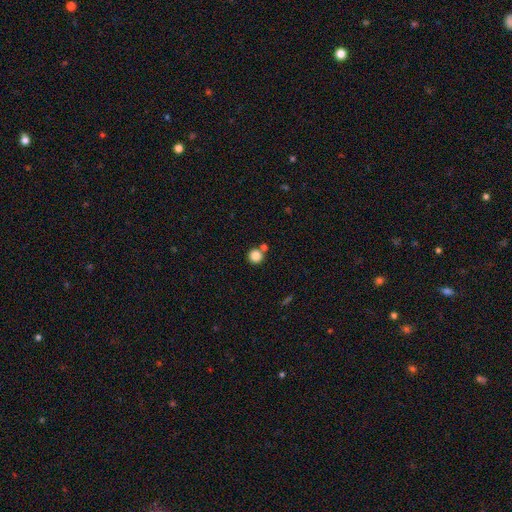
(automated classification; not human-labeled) smooth-or-featured: smooth: 85% | star or artifact: 11% | featured or disk: 5%
  how-rounded: round: 94% | in between: 5% | cigar-shaped: 1%
  merging: none: 72% | merger: 17% | minor disturbance: 8% | major disturbance: 3%